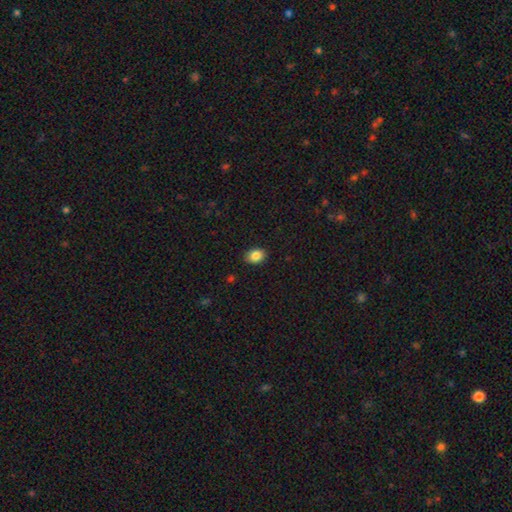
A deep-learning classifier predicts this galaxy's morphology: Smooth or featured: smooth — 86% (star or artifact — 9%)
How rounded: in between — 68% (round — 31%)
Merging: none — 89% (minor disturbance — 8%)